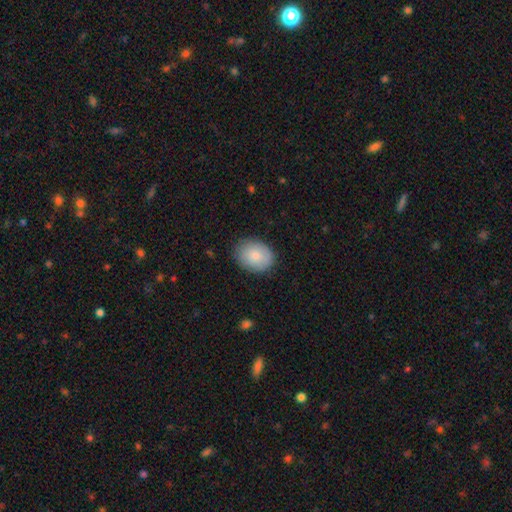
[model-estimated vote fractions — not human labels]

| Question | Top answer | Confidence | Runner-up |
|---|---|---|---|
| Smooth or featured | smooth | 83% | featured or disk (11%) |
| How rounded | in between | 63% | round (36%) |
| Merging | none | 84% | minor disturbance (12%) |